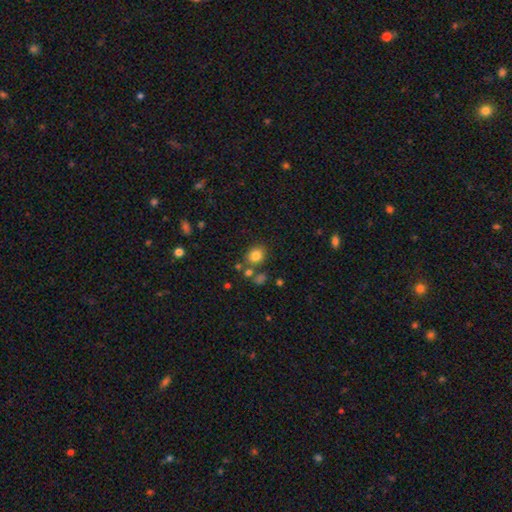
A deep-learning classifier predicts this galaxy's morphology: A smooth galaxy with no disk features (81%) that is round (70%). Merging: none (74%).